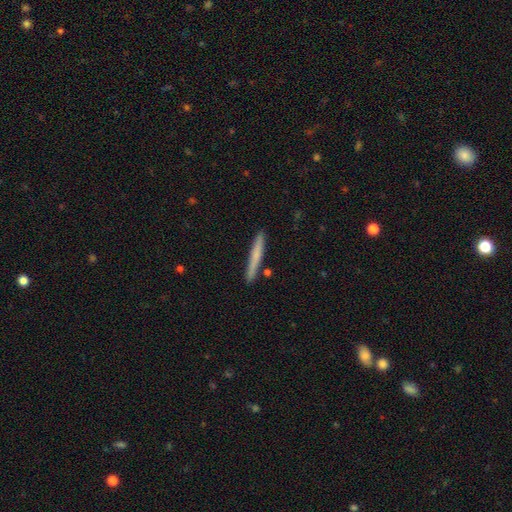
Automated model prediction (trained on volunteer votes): Q: Smooth or featured?
A: smooth (67%); runner-up: featured or disk (28%)
Q: How rounded?
A: cigar-shaped (97%); runner-up: in between (2%)
Q: Merging?
A: none (88%); runner-up: minor disturbance (8%)